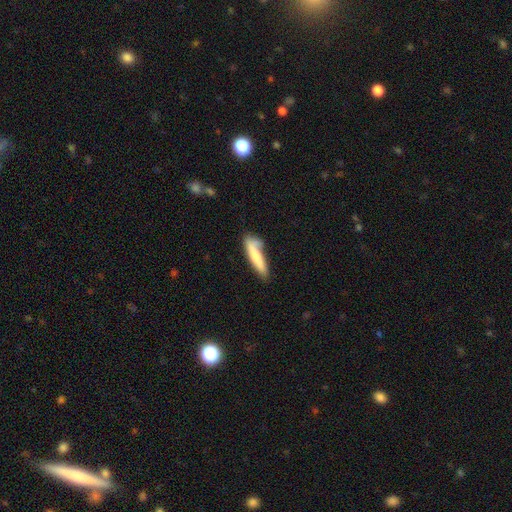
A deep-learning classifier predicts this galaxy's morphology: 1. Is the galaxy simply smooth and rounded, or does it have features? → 74% smooth, 20% featured or disk, 6% star or artifact.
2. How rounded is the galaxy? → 80% cigar-shaped, 18% in between, 2% round.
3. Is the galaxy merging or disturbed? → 57% none, 25% minor disturbance, 9% merger, 9% major disturbance.